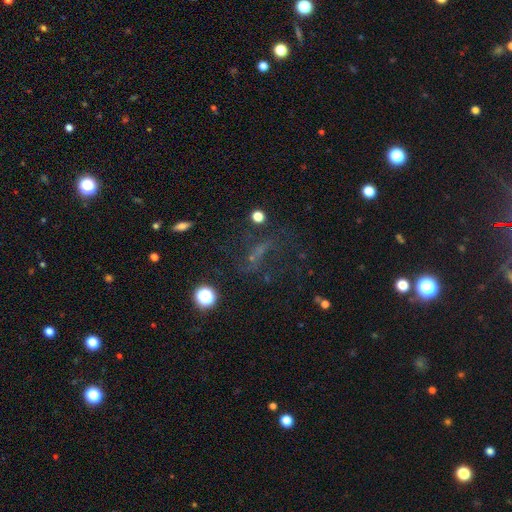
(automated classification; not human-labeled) smooth-or-featured: star or artifact: 40% | featured or disk: 32% | smooth: 28%